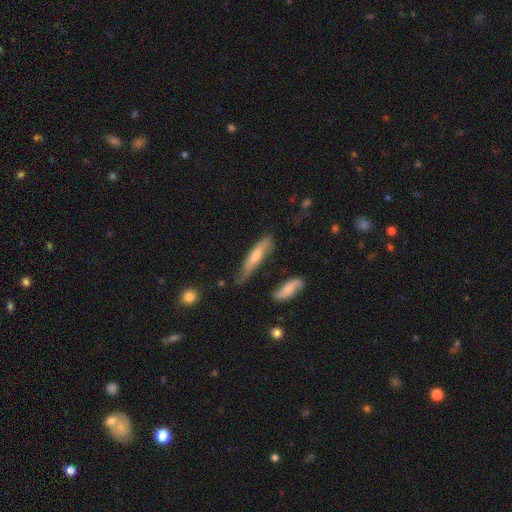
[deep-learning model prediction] The model was most divided on "smooth or featured": smooth: 48%, featured or disk: 45%, star or artifact: 7%. More confident: merging — none (53%).